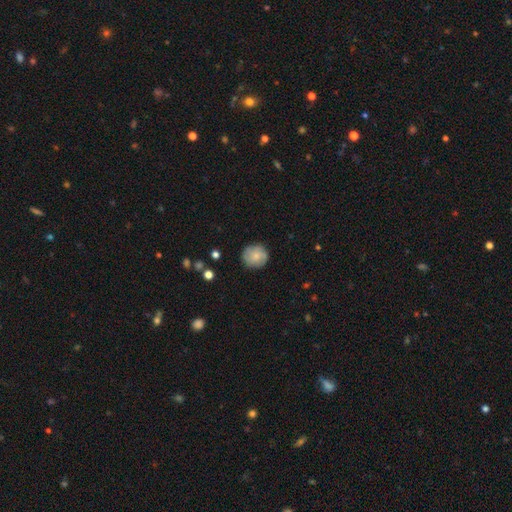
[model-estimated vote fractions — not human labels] A smooth galaxy with no disk features (72%) that is round (89%).

Vote fractions:
- Smooth or featured? smooth: 72% / featured or disk: 21% / star or artifact: 7%
- How rounded? round: 89% / in between: 10% / cigar-shaped: 1%
- Merging? none: 82% / minor disturbance: 13% / major disturbance: 3% / merger: 1%